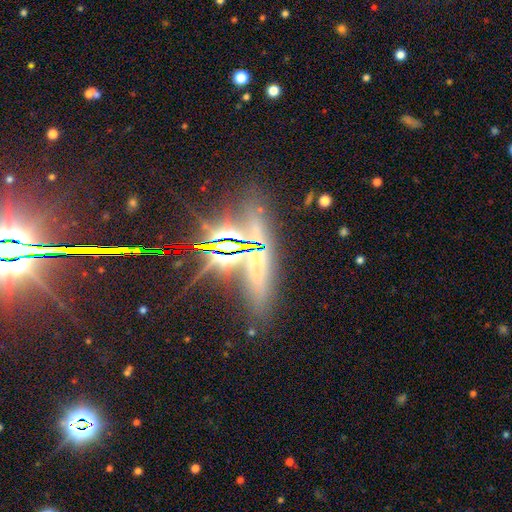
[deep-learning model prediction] smooth_or_featured: star or artifact (p=0.54) [alt: featured or disk p=0.27]